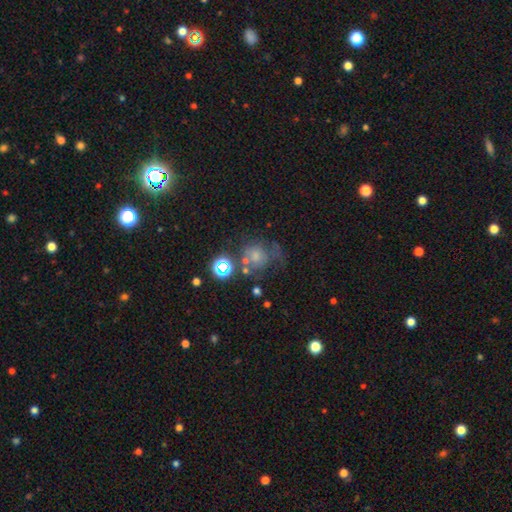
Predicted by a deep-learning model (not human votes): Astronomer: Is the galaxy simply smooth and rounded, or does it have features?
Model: smooth — 39% (runner-up: star or artifact, 33%).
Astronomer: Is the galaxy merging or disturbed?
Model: none — 49%.